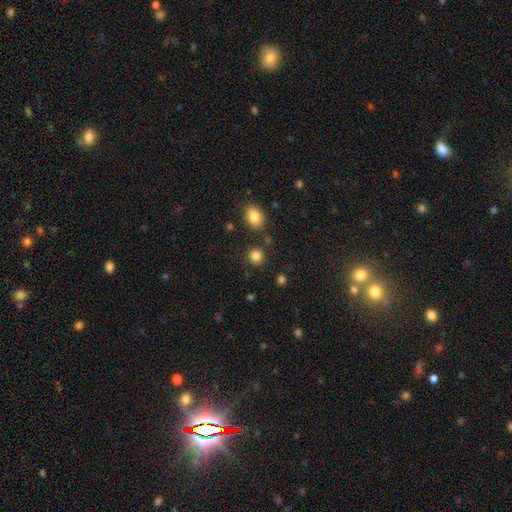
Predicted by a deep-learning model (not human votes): smooth 85%, star or artifact 11%, featured or disk 4%. Down the decision tree: how rounded — round (85%); merging — none (85%).